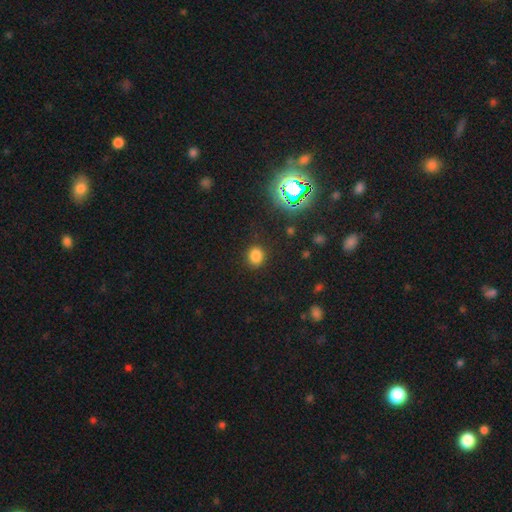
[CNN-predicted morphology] Smooth or featured: smooth — 77% (star or artifact — 18%)
How rounded: round — 70% (in between — 29%)
Merging: none — 86% (minor disturbance — 9%)